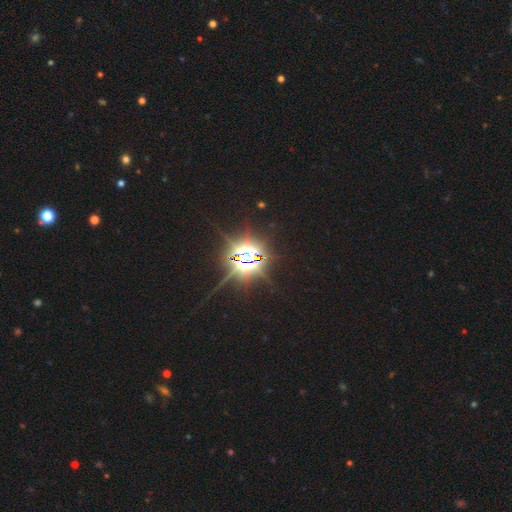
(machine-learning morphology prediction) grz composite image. It shows a star or artifact, not a galaxy (86%).